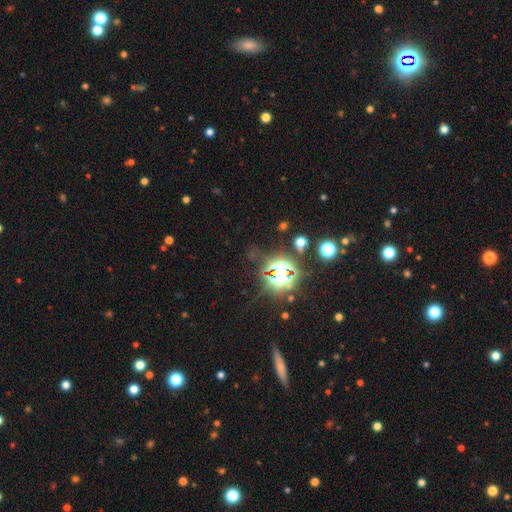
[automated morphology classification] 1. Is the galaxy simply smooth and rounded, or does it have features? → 77% star or artifact, 14% smooth, 9% featured or disk.